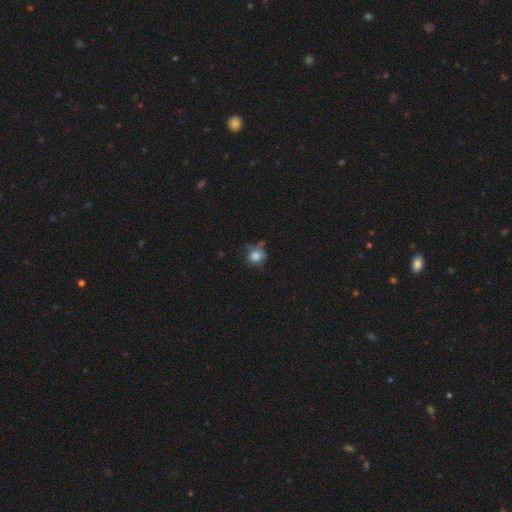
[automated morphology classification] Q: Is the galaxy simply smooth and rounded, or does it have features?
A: smooth — 81%.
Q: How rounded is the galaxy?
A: round — 86%.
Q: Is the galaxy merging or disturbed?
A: none — 61%.